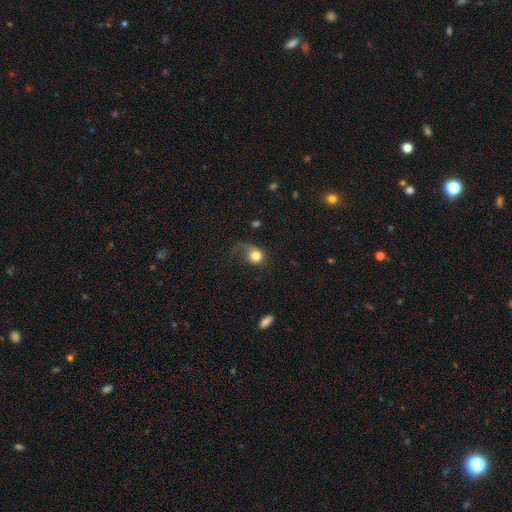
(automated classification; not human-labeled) A smooth galaxy with no disk features (70%) that is round (75%). Merging: major disturbance (41%).